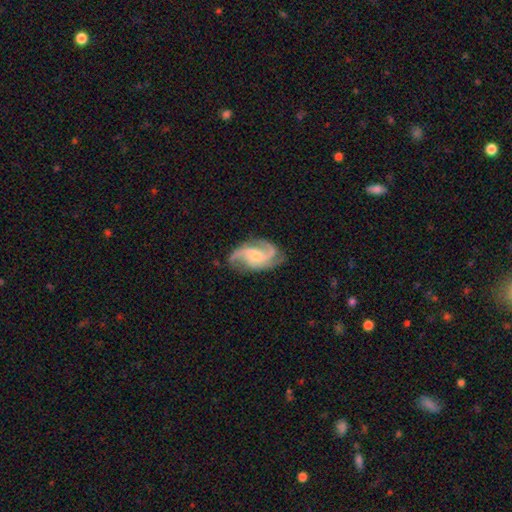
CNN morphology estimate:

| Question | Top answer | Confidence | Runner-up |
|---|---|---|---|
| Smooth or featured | featured or disk | 89% | smooth (6%) |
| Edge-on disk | no | 98% | yes (2%) |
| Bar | no | 58% | weak (34%) |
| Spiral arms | yes | 98% | no (2%) |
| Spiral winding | medium | 54% | loose (24%) |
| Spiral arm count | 3 | 60% | 2 (22%) |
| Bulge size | small | 55% | moderate (35%) |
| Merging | none | 72% | minor disturbance (18%) |